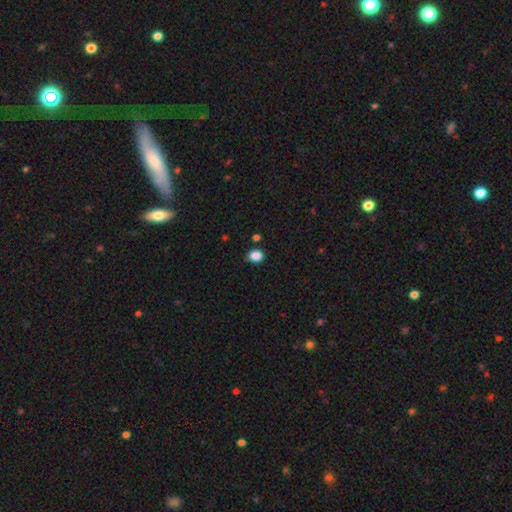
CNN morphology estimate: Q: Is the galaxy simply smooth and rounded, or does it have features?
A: smooth — 86%.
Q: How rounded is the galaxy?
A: round — 56%.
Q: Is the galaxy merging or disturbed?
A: none — 76%.